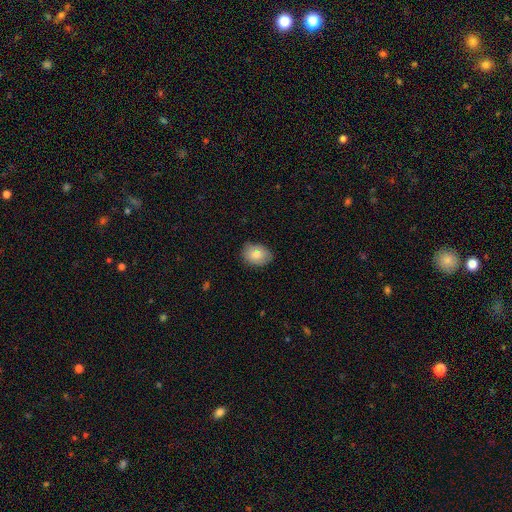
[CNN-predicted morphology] This appears to be a smooth galaxy with no disk features (84%) that is in between round and cigar-shaped (72%). Merging: none (79%).